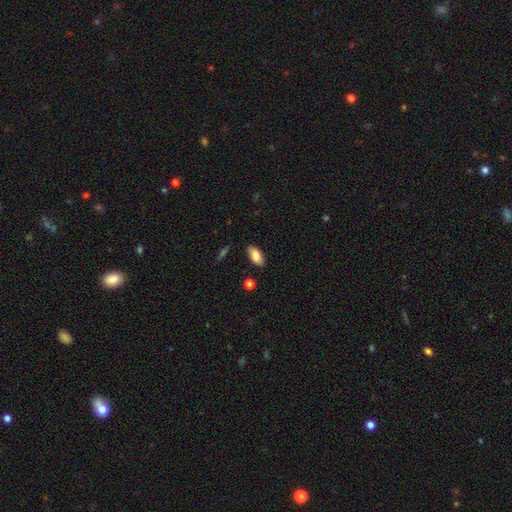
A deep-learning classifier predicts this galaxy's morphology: Smooth or featured?
  - smooth: 86% *
  - featured or disk: 7%
  - star or artifact: 7%
How rounded?
  - in between: 92% *
  - cigar-shaped: 5%
  - round: 3%
Merging?
  - none: 86% *
  - minor disturbance: 10%
  - major disturbance: 2%
  - merger: 2%